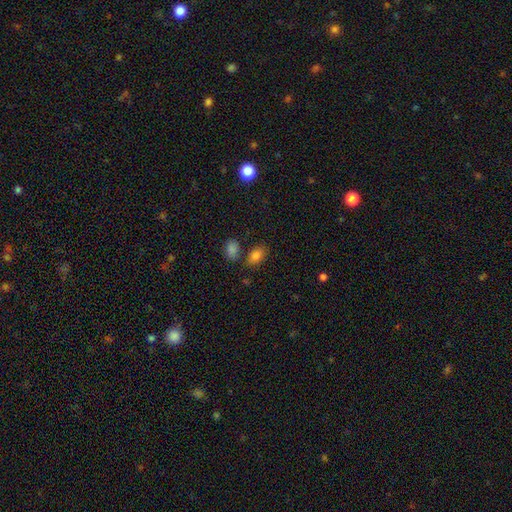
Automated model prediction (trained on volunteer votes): Q: Smooth or featured?
A: smooth (83%); runner-up: star or artifact (9%)
Q: How rounded?
A: in between (88%); runner-up: round (11%)
Q: Merging?
A: none (69%); runner-up: merger (14%)